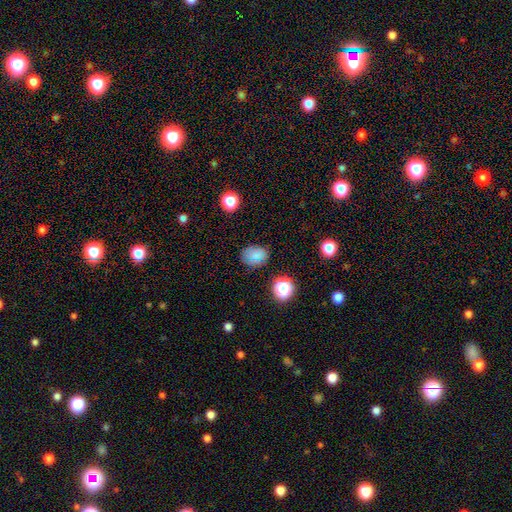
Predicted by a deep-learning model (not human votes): Smooth or featured?
  - smooth: 73% *
  - star or artifact: 19%
  - featured or disk: 9%
How rounded?
  - in between: 60% *
  - round: 39%
  - cigar-shaped: 1%
Merging?
  - none: 78% *
  - minor disturbance: 16%
  - major disturbance: 5%
  - merger: 2%